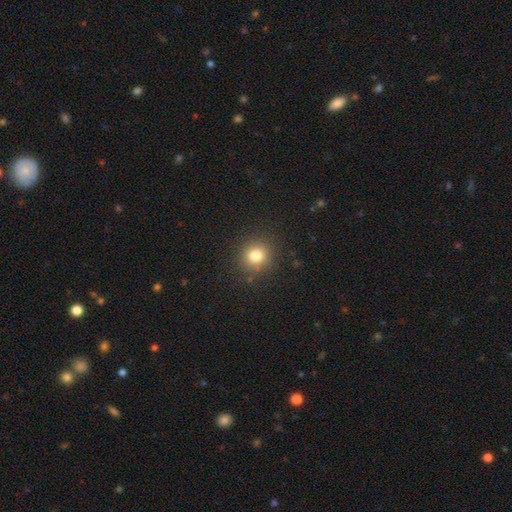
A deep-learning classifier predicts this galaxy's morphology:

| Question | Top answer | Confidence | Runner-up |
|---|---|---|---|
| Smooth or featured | smooth | 79% | star or artifact (14%) |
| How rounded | round | 87% | in between (12%) |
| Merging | none | 88% | minor disturbance (8%) |